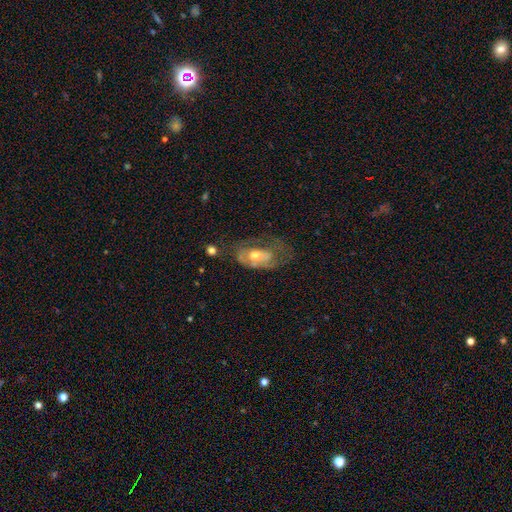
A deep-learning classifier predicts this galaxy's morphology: type=featured or disk (59%); edge-on=no (92%); bar=no (73%); spiral arms=no (52%); bulge=moderate (68%); merging=major disturbance (38%).